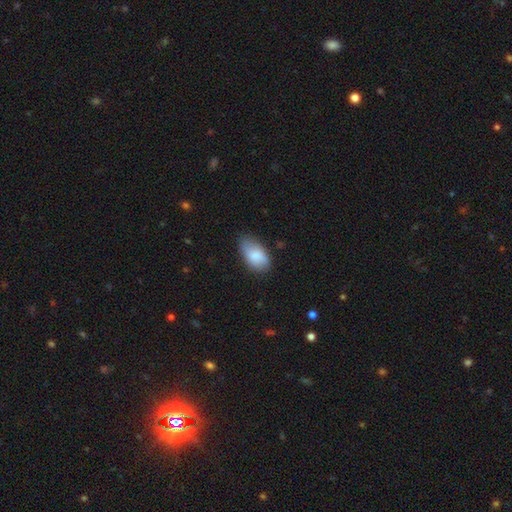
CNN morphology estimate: A smooth galaxy with no disk features (80%) that is in between round and cigar-shaped (93%). Merging: none (70%).